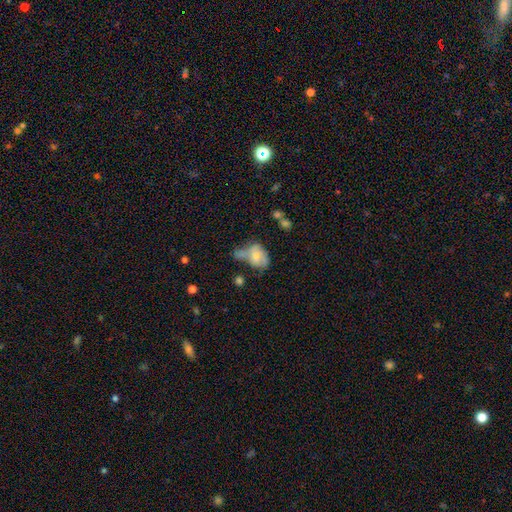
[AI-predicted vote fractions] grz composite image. It shows a smooth galaxy with no disk features (61%) that is in between round and cigar-shaped (80%). Merging: merger (31%).